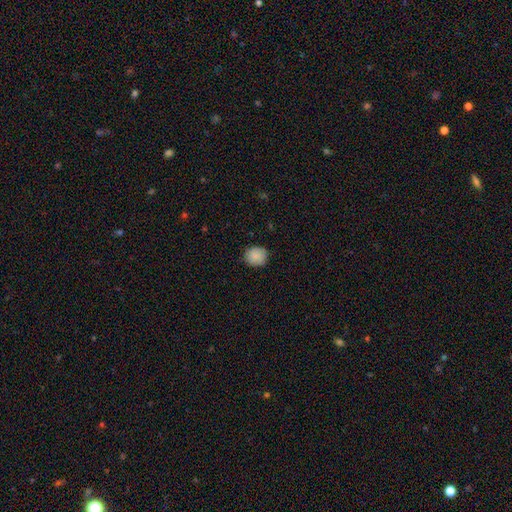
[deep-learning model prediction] smooth 87%, star or artifact 7%, featured or disk 5%. Down the decision tree: how rounded — round (78%); merging — none (84%).